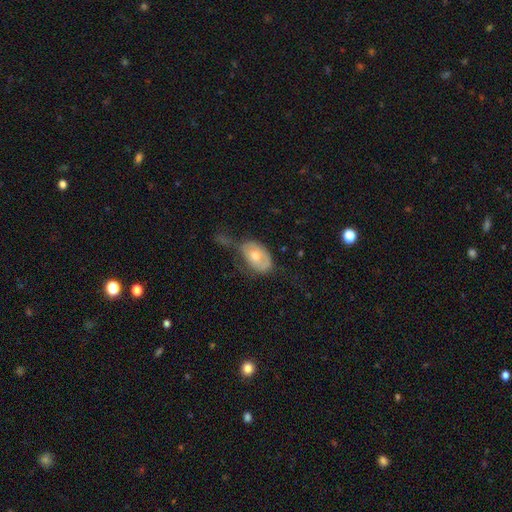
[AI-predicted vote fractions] Smooth or featured? smooth (62%)
How rounded? in between (88%)
Merging? minor disturbance (31%)